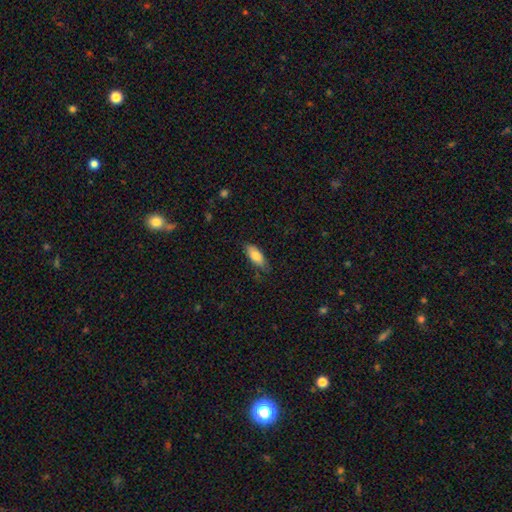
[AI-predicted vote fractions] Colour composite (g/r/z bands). It shows a smooth galaxy with no disk features (80%) that is in between round and cigar-shaped (78%). Merging: none (74%).